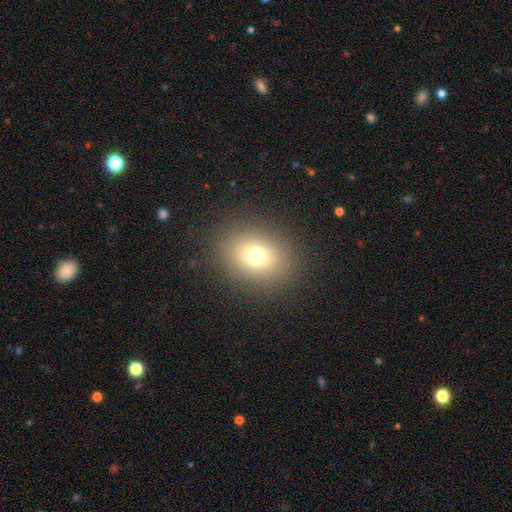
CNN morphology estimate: smooth 73%, star or artifact 15%, featured or disk 12%. Down the decision tree: how rounded — in between (50%); merging — none (88%).